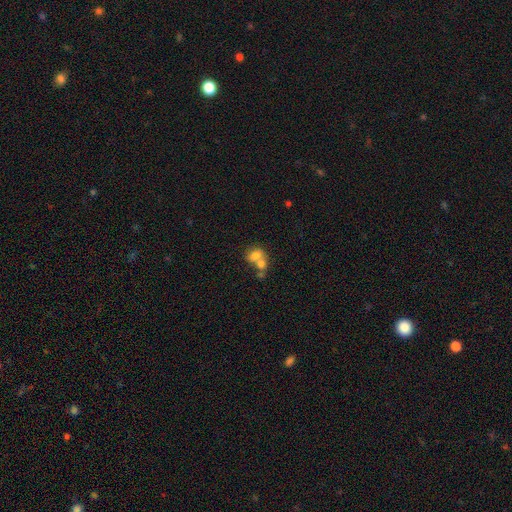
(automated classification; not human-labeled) Smooth or featured?
  - smooth: 72% *
  - featured or disk: 18%
  - star or artifact: 11%
How rounded?
  - in between: 64% *
  - round: 34%
  - cigar-shaped: 2%
Merging?
  - merger: 64% *
  - none: 24%
  - minor disturbance: 8%
  - major disturbance: 5%